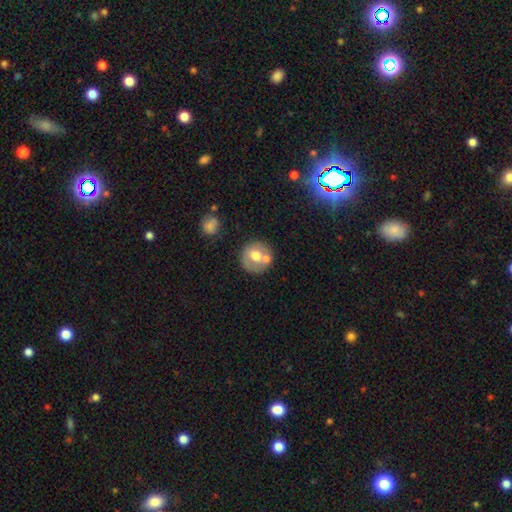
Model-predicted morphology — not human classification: Smooth or featured? smooth (60%)
How rounded? round (88%)
Merging? none (60%)